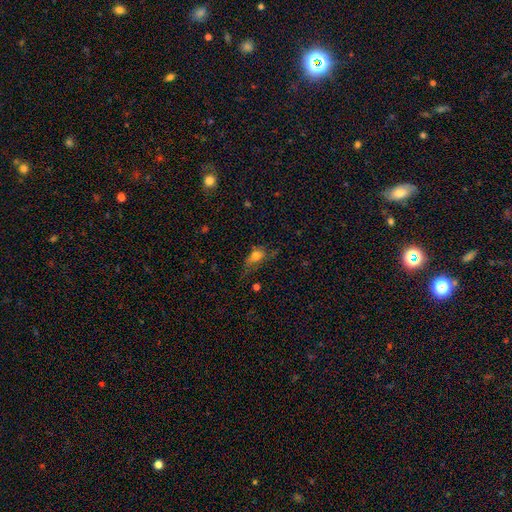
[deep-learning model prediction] Morphology: type=smooth (66%); roundness=in between (74%); merging=none (40%).